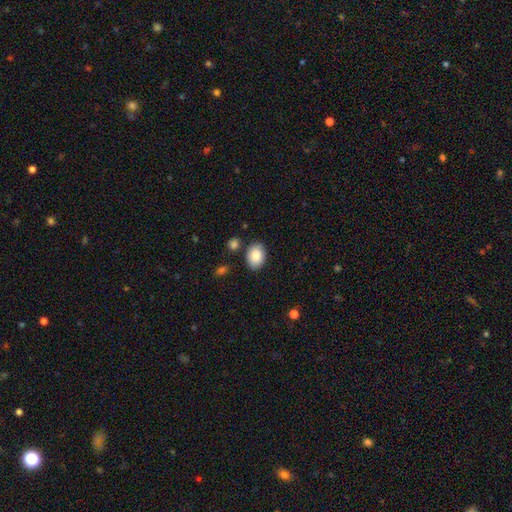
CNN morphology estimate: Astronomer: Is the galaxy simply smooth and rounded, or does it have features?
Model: smooth — 85%.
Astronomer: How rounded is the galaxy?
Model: in between — 78%.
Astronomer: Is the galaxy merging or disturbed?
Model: none — 81%.